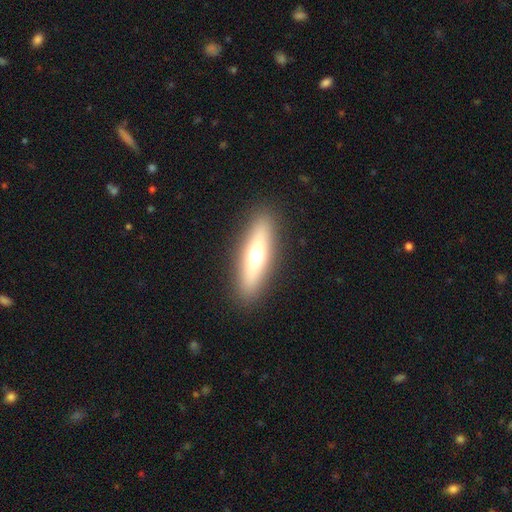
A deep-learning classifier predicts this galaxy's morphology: Smooth or featured? smooth (50%)
How rounded? cigar-shaped (62%)
Merging? none (89%)